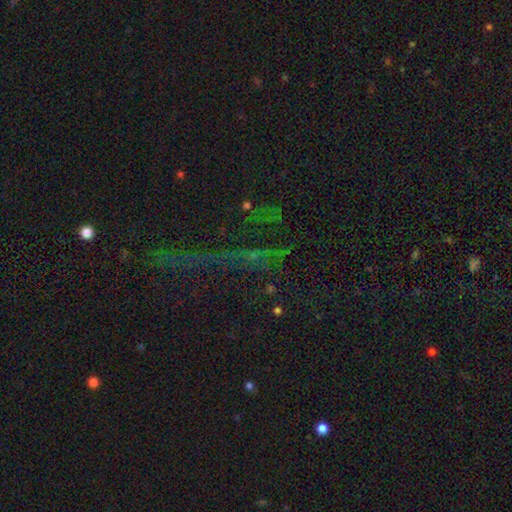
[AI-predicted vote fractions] smooth-or-featured: star or artifact: 76% | smooth: 13% | featured or disk: 12%